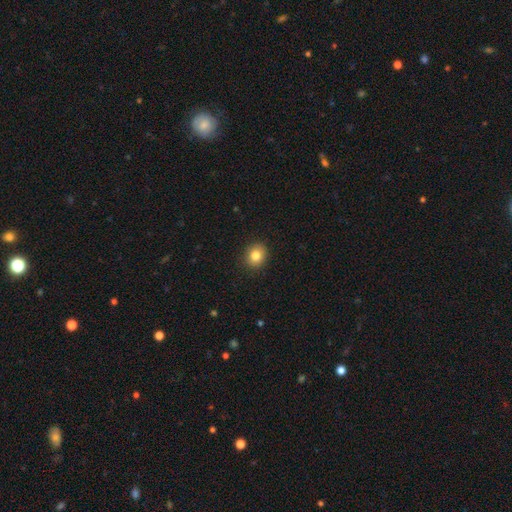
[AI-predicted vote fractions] This appears to be a smooth galaxy with no disk features (83%) that is round (68%). Merging: none (91%).